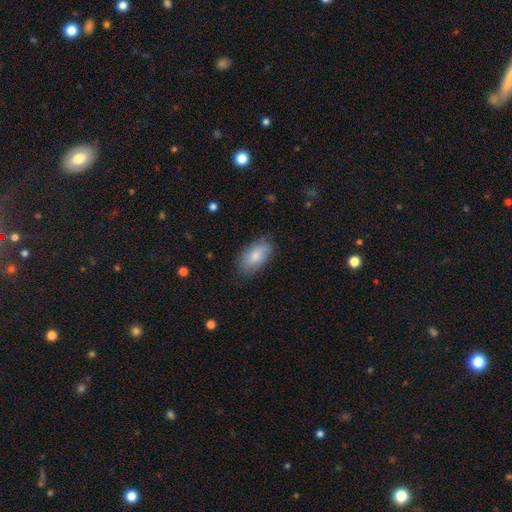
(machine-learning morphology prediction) Smooth or featured?
  - smooth: 81% *
  - featured or disk: 13%
  - star or artifact: 6%
How rounded?
  - in between: 93% *
  - round: 4%
  - cigar-shaped: 3%
Merging?
  - none: 77% *
  - minor disturbance: 18%
  - major disturbance: 4%
  - merger: 1%